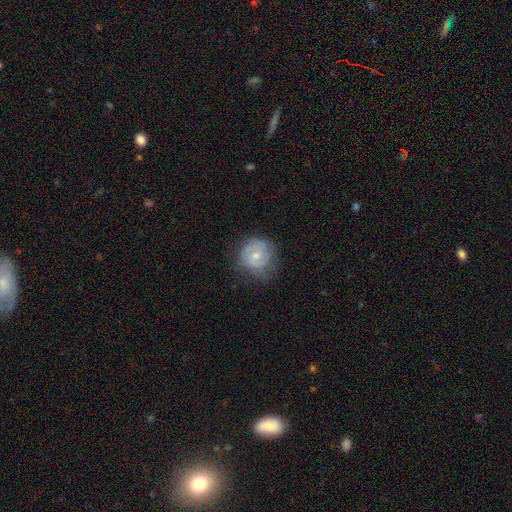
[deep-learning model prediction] smooth-or-featured: featured or disk: 50% | smooth: 44% | star or artifact: 7%
  merging: none: 62% | minor disturbance: 26% | major disturbance: 11% | merger: 1%